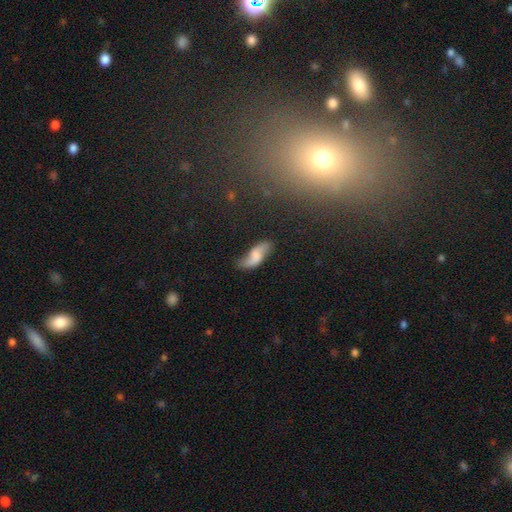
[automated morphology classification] The model was most divided on "smooth or featured": smooth: 47%, featured or disk: 45%, star or artifact: 8%. More confident: merging — none (62%).